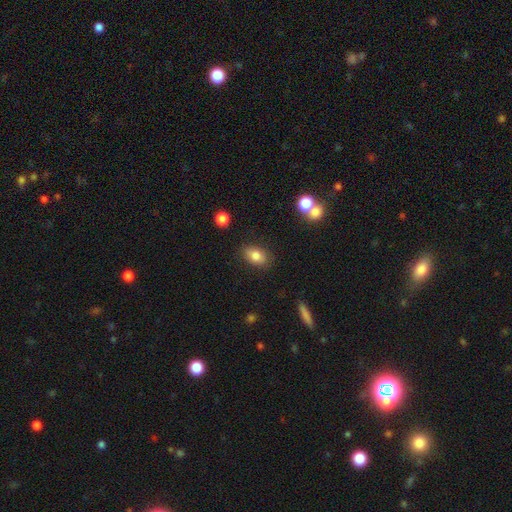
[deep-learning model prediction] A smooth galaxy with no disk features (82%) that is in between round and cigar-shaped (85%). Merging: none (84%).